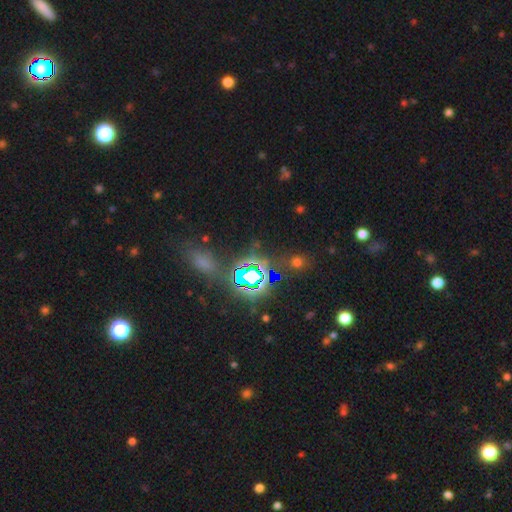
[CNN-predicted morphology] A star or artifact, not a galaxy (75%).